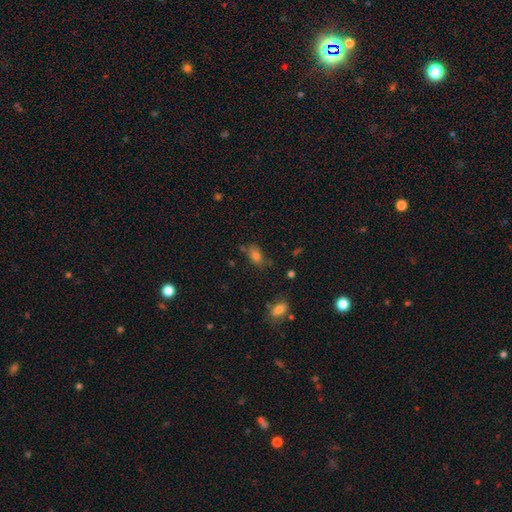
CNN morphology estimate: This is likely a smooth galaxy (75%). How rounded: clearly in between (84%). Merging: likely none (70%).